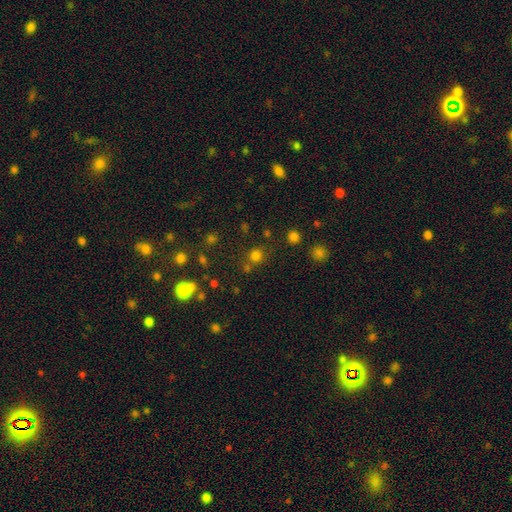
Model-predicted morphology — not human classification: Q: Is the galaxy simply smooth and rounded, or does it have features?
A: smooth — 73%.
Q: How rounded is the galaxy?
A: round — 88%.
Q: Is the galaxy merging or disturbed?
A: none — 73%.